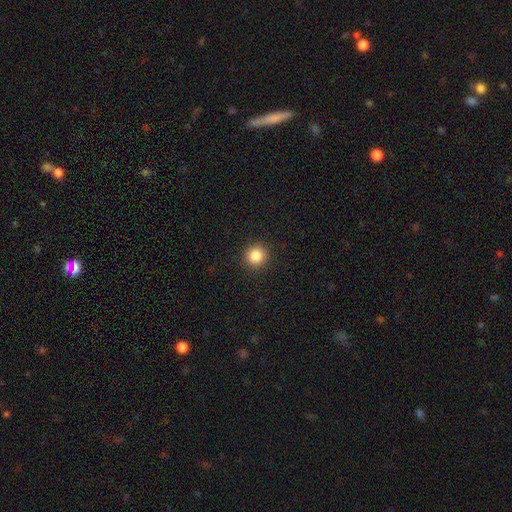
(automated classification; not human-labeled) Smooth or featured?
  - smooth: 85% *
  - star or artifact: 11%
  - featured or disk: 4%
How rounded?
  - round: 93% *
  - in between: 6%
  - cigar-shaped: 1%
Merging?
  - none: 92% *
  - minor disturbance: 5%
  - major disturbance: 2%
  - merger: 1%